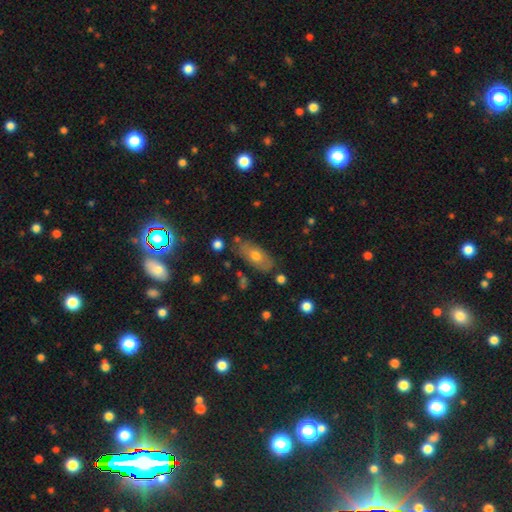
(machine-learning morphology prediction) The model was most divided on "smooth or featured": smooth: 61%, featured or disk: 29%, star or artifact: 10%. More confident: how rounded — in between (83%); merging — none (77%).